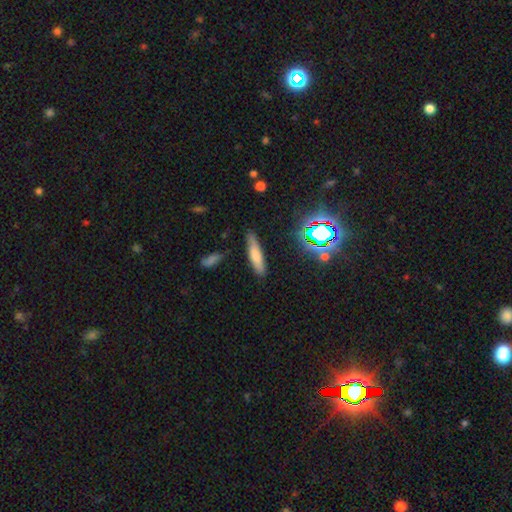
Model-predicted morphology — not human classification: smooth_or_featured: smooth (p=0.70) [alt: featured or disk p=0.19]
how_rounded: cigar-shaped (p=0.75) [alt: in between p=0.23]
merging: none (p=0.79) [alt: minor disturbance p=0.15]